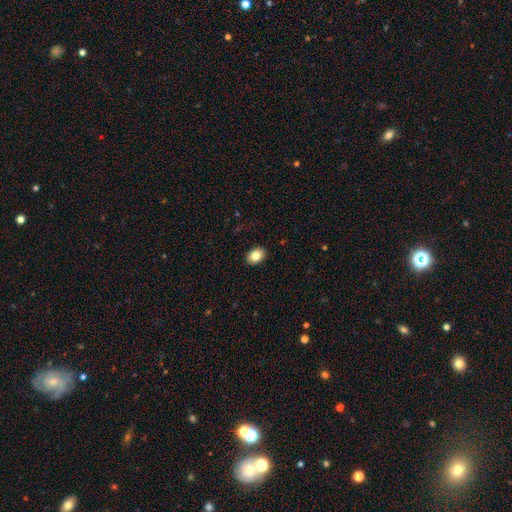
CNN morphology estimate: Overall: smooth (84%). How rounded: in between (81%). Merging: none (90%).